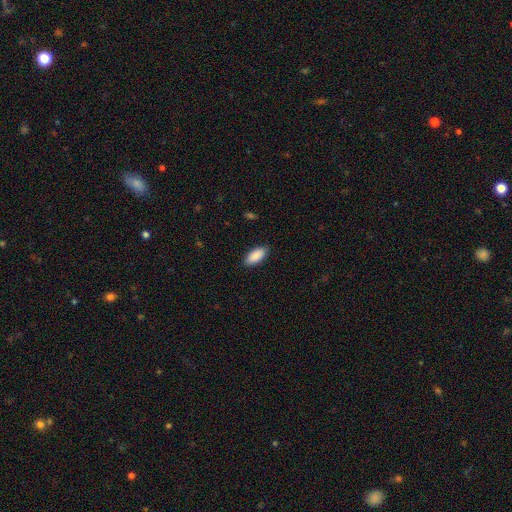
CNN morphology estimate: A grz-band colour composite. It shows a smooth galaxy with no disk features (91%) that is in between round and cigar-shaped (89%). Merging: none (88%).